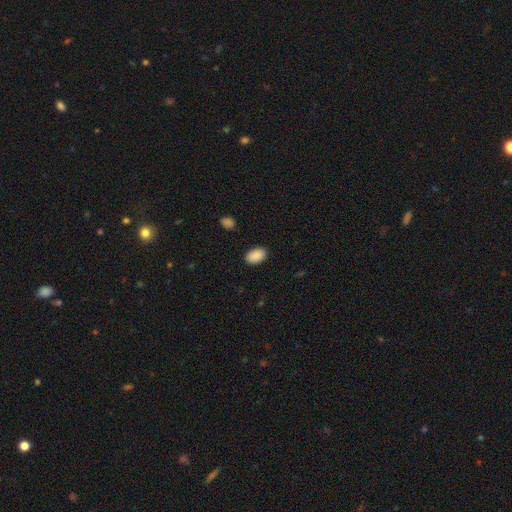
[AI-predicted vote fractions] The model was most divided on "how rounded": in between: 89%, round: 10%, cigar-shaped: 1%. More confident: smooth or featured — smooth (90%); merging — none (89%).